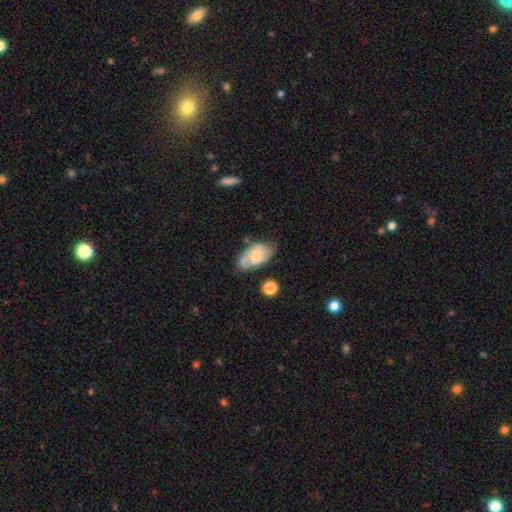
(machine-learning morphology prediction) type=featured or disk (61%); edge-on=no (95%); bar=weak (48%); spiral arms=yes (88%); winding=medium (48%); arm count=2 (75%); bulge=small (50%); merging=none (63%).